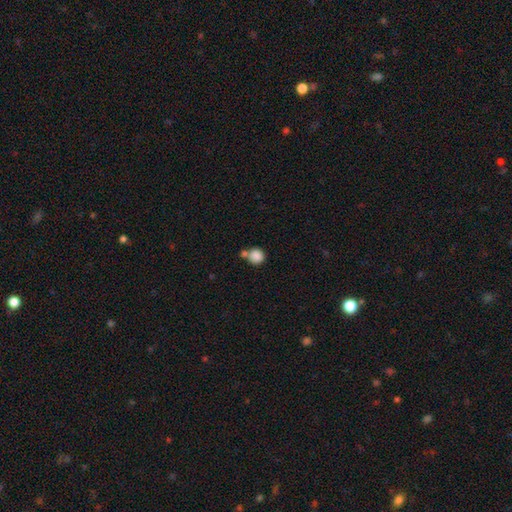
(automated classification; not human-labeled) Morphology: type=smooth (86%); roundness=round (90%); merging=none (53%).